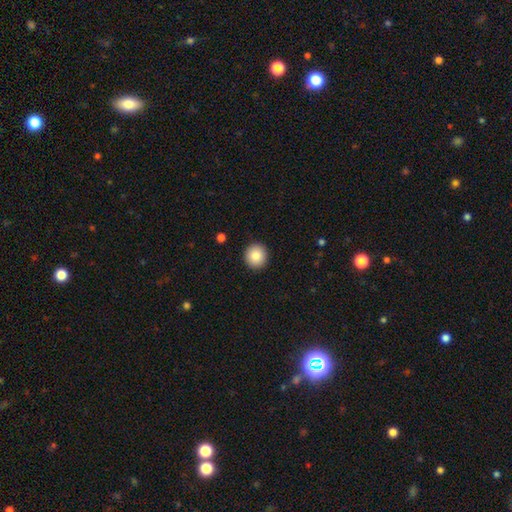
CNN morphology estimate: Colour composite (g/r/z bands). It shows a smooth galaxy with no disk features (85%) that is round (92%). Merging: none (92%).